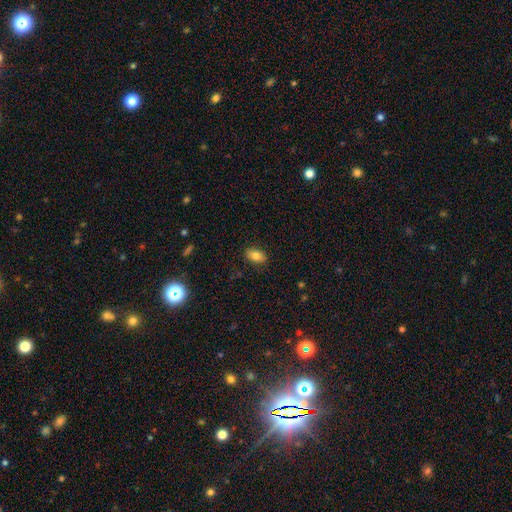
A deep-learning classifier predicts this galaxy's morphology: Smooth or featured? Predicted: smooth (p=0.82). How rounded? Predicted: in between (p=0.89). Merging? Predicted: none (p=0.87).